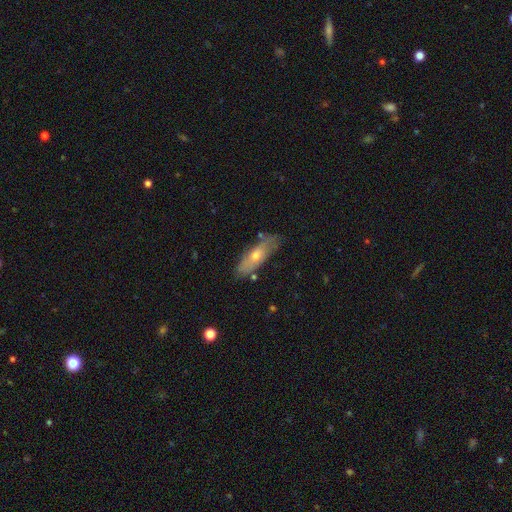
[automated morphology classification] Overall: smooth (51%; featured or disk 43%). How rounded: in between (52%; cigar-shaped 45%). Merging: none (76%).